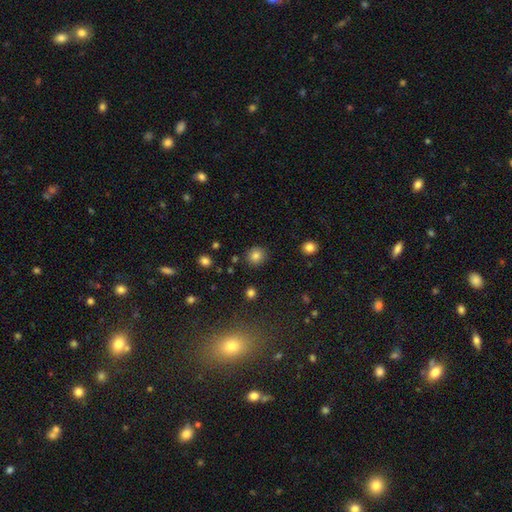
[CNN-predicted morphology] type=smooth (83%); roundness=round (90%); merging=none (89%).